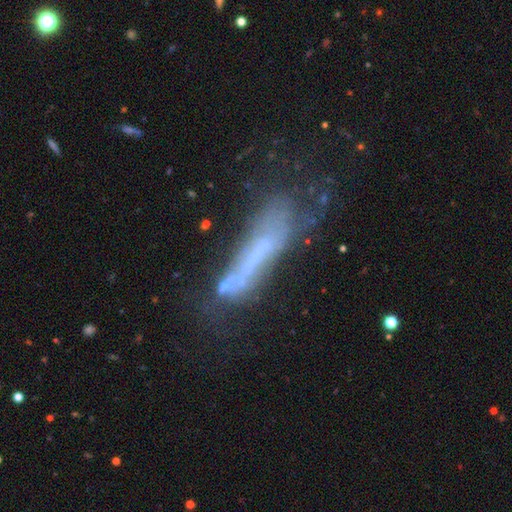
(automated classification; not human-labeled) Smooth or featured?
  - featured or disk: 49% *
  - smooth: 37%
  - star or artifact: 14%
Merging?
  - none: 40% *
  - major disturbance: 25%
  - minor disturbance: 23%
  - merger: 13%